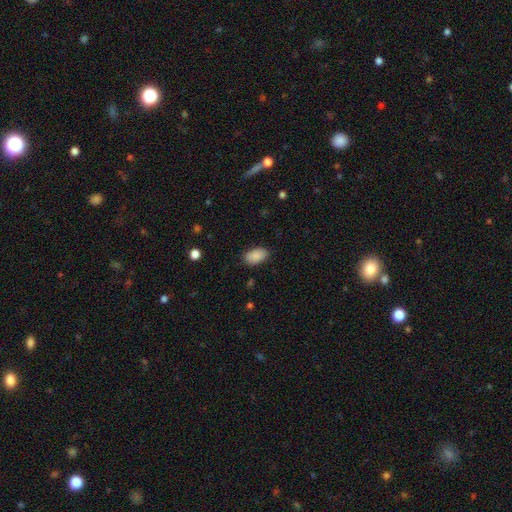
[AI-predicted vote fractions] A smooth galaxy with no disk features (89%) that is in between round and cigar-shaped (93%).

Vote fractions:
- Smooth or featured? smooth: 89% / star or artifact: 7% / featured or disk: 4%
- How rounded? in between: 93% / round: 6% / cigar-shaped: 1%
- Merging? none: 84% / minor disturbance: 12% / major disturbance: 3% / merger: 1%